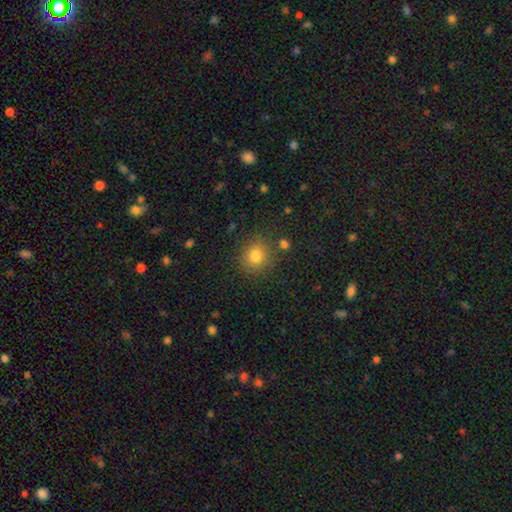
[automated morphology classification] Smooth or featured? smooth (80%)
How rounded? round (82%)
Merging? none (83%)